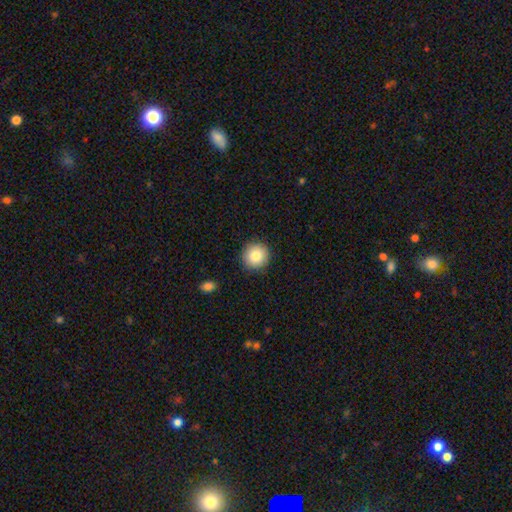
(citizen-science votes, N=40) Overall: smooth (72%). How rounded: round (97%). Merging: none (92%).